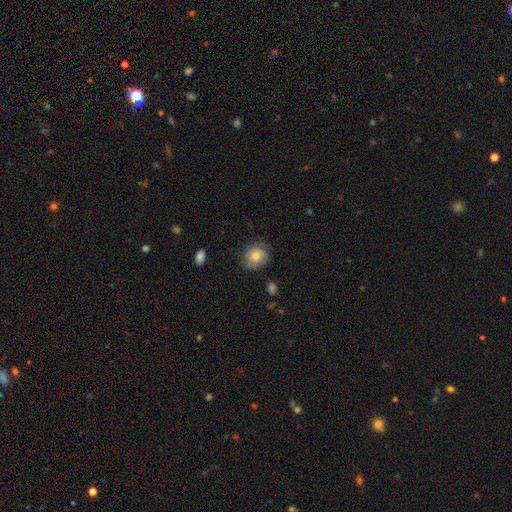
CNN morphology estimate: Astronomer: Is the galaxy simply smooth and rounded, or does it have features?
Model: smooth — 75%.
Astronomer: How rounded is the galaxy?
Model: round — 76%.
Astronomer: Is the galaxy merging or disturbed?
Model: none — 74%.